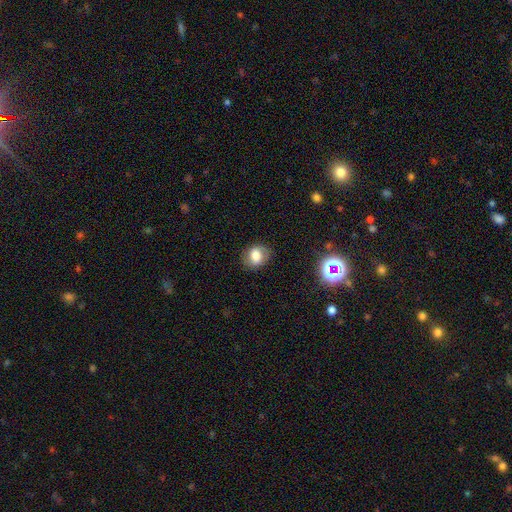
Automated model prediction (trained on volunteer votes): smooth_or_featured: smooth (p=0.71) [alt: featured or disk p=0.18]
how_rounded: round (p=0.52) [alt: in between p=0.46]
merging: none (p=0.80) [alt: minor disturbance p=0.14]